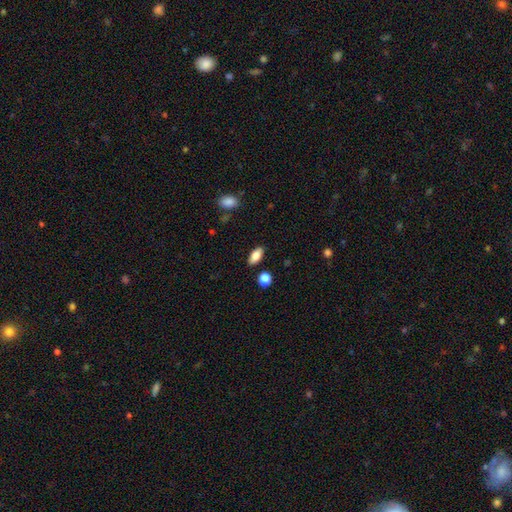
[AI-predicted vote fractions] Smooth or featured? smooth (81%)
How rounded? in between (89%)
Merging? none (86%)